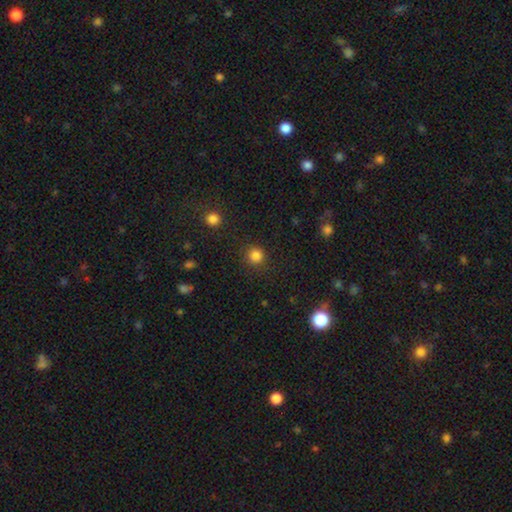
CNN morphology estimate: Smooth or featured? Predicted: smooth (p=0.83). How rounded? Predicted: round (p=0.93). Merging? Predicted: none (p=0.88).